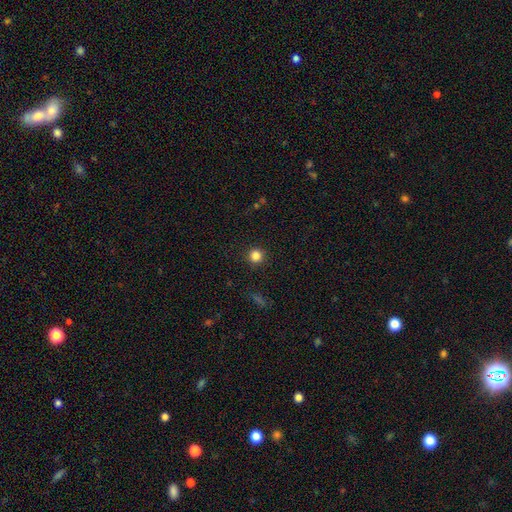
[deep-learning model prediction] The model was most divided on "smooth or featured": smooth: 84%, star or artifact: 12%, featured or disk: 4%. More confident: how rounded — round (95%); merging — none (92%).